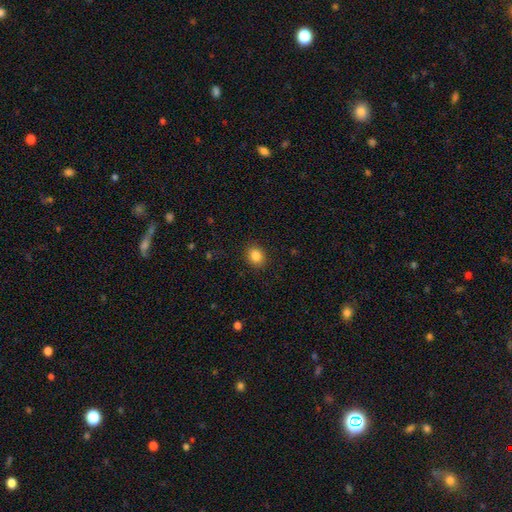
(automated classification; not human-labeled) Smooth or featured: smooth — 86% (star or artifact — 10%)
How rounded: round — 61% (in between — 38%)
Merging: none — 89% (minor disturbance — 8%)